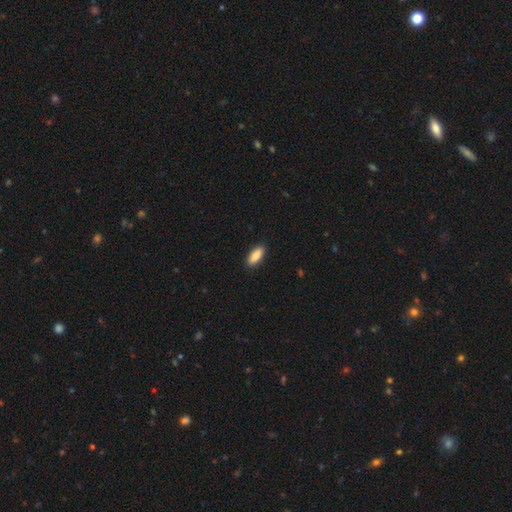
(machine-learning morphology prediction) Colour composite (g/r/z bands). It shows a smooth galaxy with no disk features (86%) that is in between round and cigar-shaped (75%). Merging: none (89%).